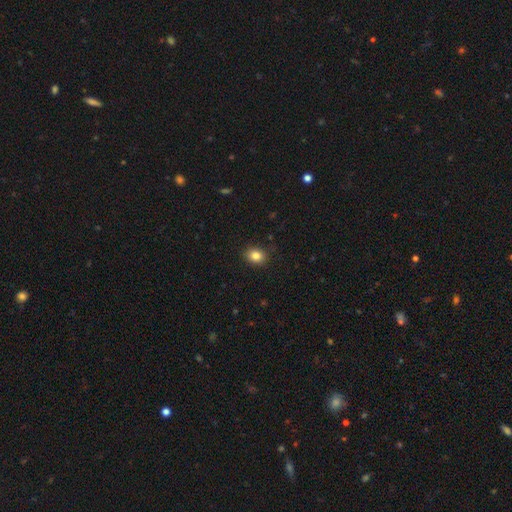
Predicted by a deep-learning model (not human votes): Smooth or featured? smooth (85%)
How rounded? in between (53%)
Merging? none (87%)